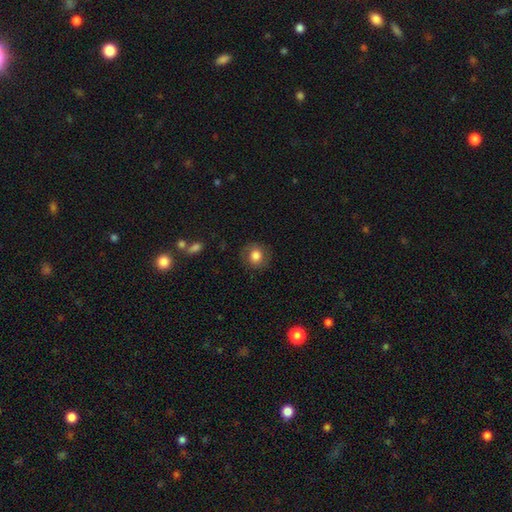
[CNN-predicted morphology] Smooth or featured?
  - smooth: 77% *
  - featured or disk: 15%
  - star or artifact: 9%
How rounded?
  - round: 81% *
  - in between: 18%
  - cigar-shaped: 1%
Merging?
  - none: 82% *
  - minor disturbance: 12%
  - major disturbance: 5%
  - merger: 1%